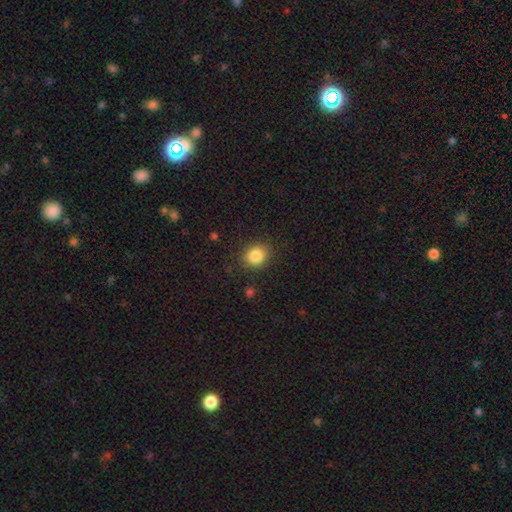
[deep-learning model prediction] Smooth or featured? Predicted: smooth (p=0.85). How rounded? Predicted: round (p=0.66). Merging? Predicted: none (p=0.86).